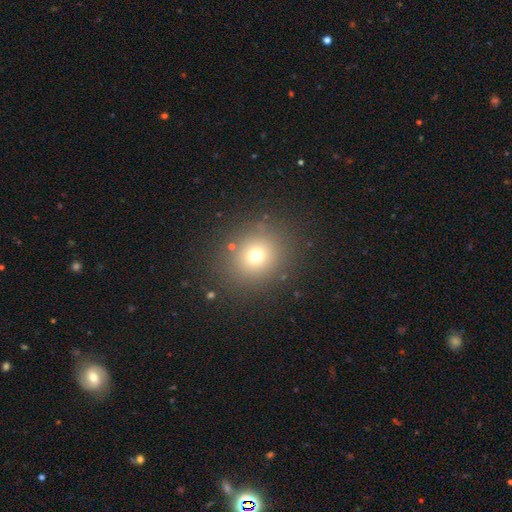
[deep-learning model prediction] smooth 69%, star or artifact 19%, featured or disk 11%. Down the decision tree: how rounded — round (84%); merging — none (86%).